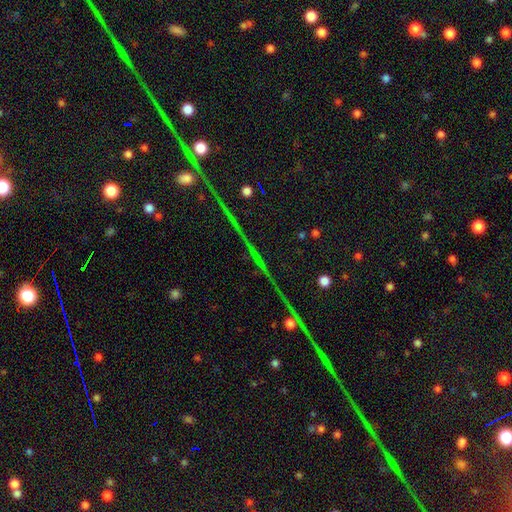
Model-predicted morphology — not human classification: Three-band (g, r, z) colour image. It shows a star or artifact, not a galaxy (79%).